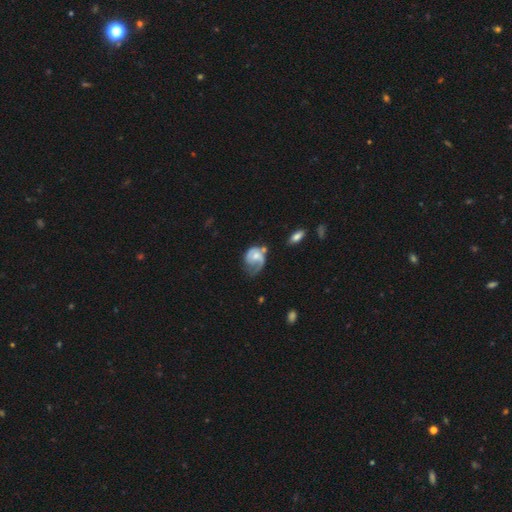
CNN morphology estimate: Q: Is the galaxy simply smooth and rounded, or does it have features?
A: featured or disk — 64%.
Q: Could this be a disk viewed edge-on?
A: no — 97%.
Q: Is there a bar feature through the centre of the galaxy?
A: no — 71%.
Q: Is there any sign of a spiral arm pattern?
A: yes — 83%.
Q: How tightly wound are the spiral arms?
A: medium — 36%.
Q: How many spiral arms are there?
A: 1 — 59%.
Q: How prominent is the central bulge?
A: moderate — 44%.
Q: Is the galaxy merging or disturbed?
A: major disturbance — 35%.